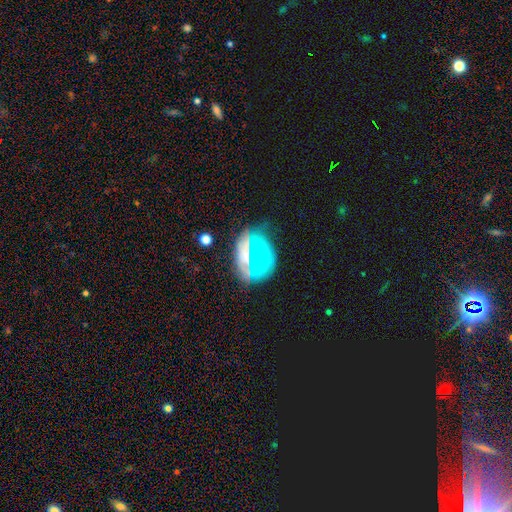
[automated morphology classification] Smooth or featured?
  - featured or disk: 42% *
  - smooth: 41%
  - star or artifact: 17%
Merging?
  - none: 52% *
  - minor disturbance: 26%
  - major disturbance: 13%
  - merger: 9%